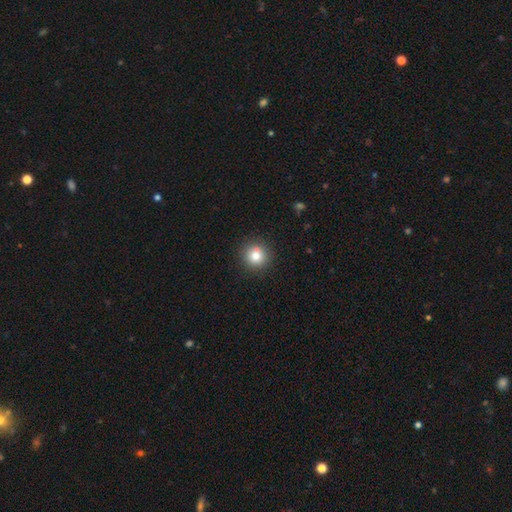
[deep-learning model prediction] Morphology: type=smooth (79%); roundness=round (93%); merging=none (85%).